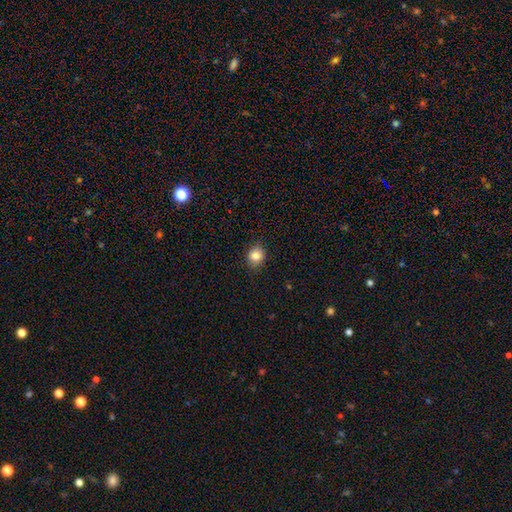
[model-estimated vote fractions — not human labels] Morphology: type=smooth (83%); roundness=round (68%); merging=none (86%).